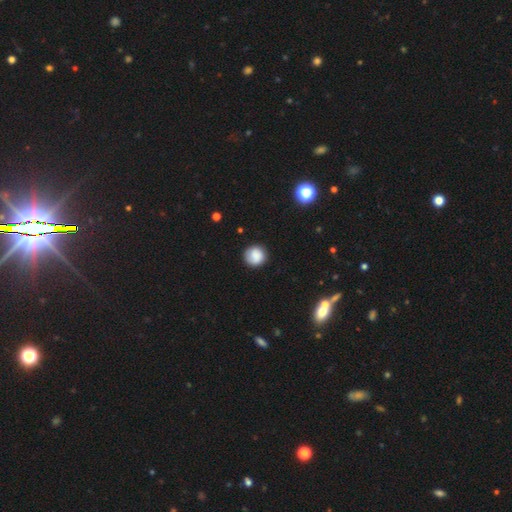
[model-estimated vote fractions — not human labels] Smooth or featured: smooth — 86% (star or artifact — 8%)
How rounded: round — 93% (in between — 6%)
Merging: none — 86% (minor disturbance — 10%)